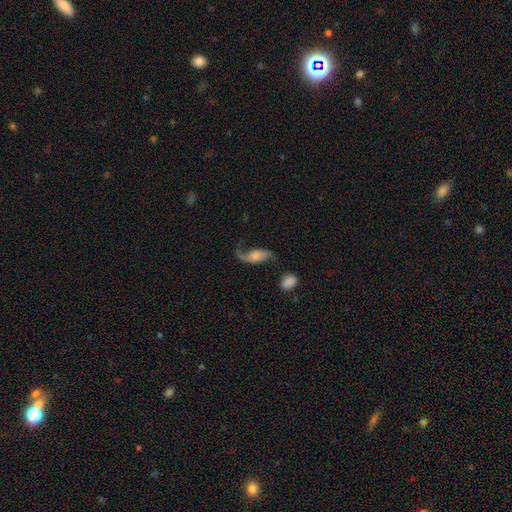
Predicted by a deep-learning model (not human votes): Q: Smooth or featured?
A: featured or disk (69%); runner-up: smooth (23%)
Q: Edge-on disk?
A: no (91%); runner-up: yes (9%)
Q: Bar?
A: no (63%); runner-up: weak (28%)
Q: Spiral arms?
A: yes (91%); runner-up: no (9%)
Q: Spiral winding?
A: loose (86%); runner-up: medium (11%)
Q: Spiral arm count?
A: 2 (69%); runner-up: 1 (27%)
Q: Bulge size?
A: moderate (26%); runner-up: small (24%)
Q: Merging?
A: none (44%); runner-up: major disturbance (28%)